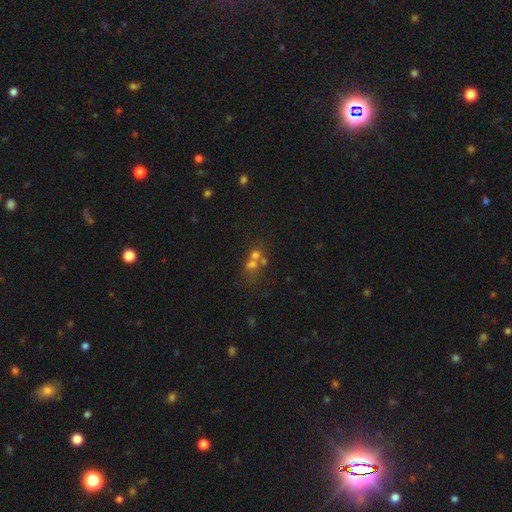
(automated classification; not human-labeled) Smooth or featured? smooth (52%)
How rounded? round (74%)
Merging? merger (57%)